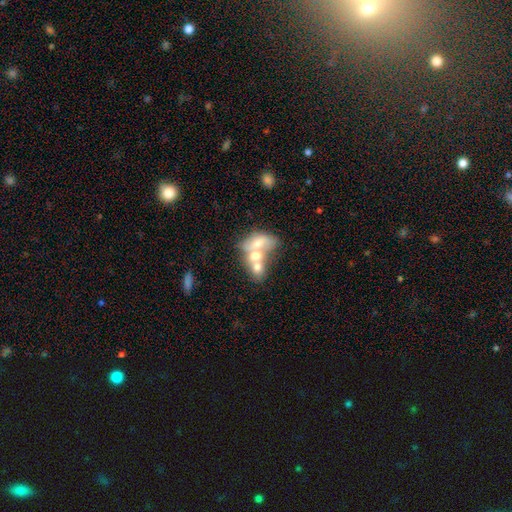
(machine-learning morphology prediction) Smooth or featured: smooth — 56% (featured or disk — 35%)
How rounded: in between — 73% (round — 24%)
Merging: merger — 77% (none — 12%)